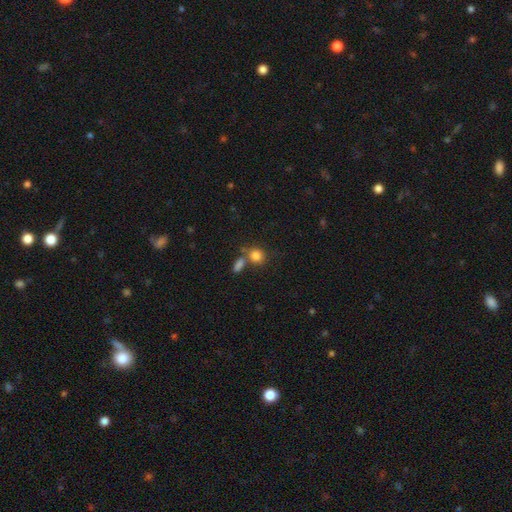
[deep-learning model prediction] Q: Smooth or featured?
A: smooth (83%); runner-up: star or artifact (11%)
Q: How rounded?
A: round (68%); runner-up: in between (30%)
Q: Merging?
A: none (54%); runner-up: merger (30%)